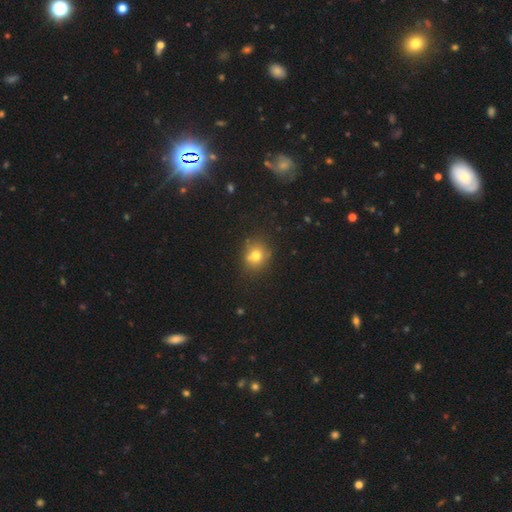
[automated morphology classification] smooth 74%, star or artifact 16%, featured or disk 11%. Down the decision tree: how rounded — round (78%); merging — none (80%).